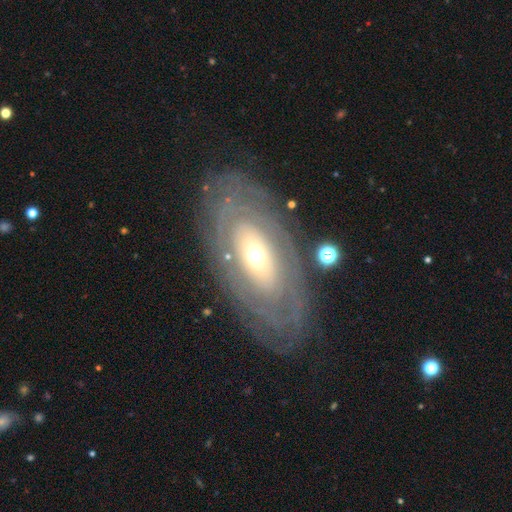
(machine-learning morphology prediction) smooth-or-featured: featured or disk: 76% | smooth: 18% | star or artifact: 6%
  disk-edge-on: no: 91% | yes: 9%
    bar: no: 79% | weak: 14% | strong: 7%
    has-spiral-arms: yes: 60% | no: 40%
    bulge-size: moderate: 52% | small: 38% | large: 7% | dominant: 2% | none: 1%
  merging: none: 80% | minor disturbance: 12% | major disturbance: 6% | merger: 2%